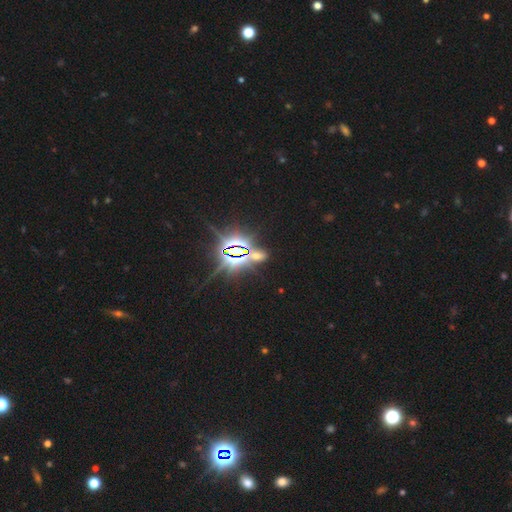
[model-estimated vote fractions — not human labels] Smooth or featured?
  - star or artifact: 73% *
  - smooth: 19%
  - featured or disk: 8%